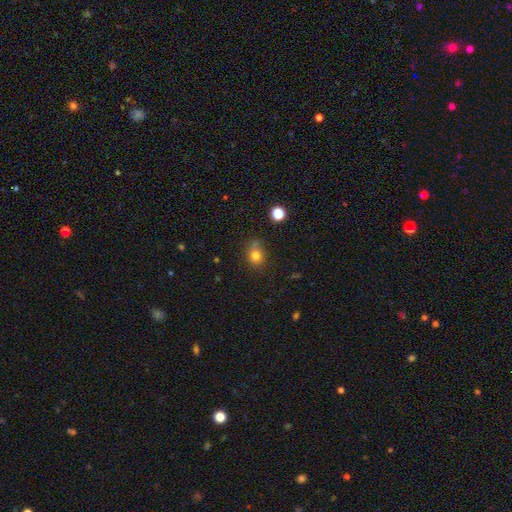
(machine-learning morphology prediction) Smooth or featured?
  - smooth: 78% *
  - star or artifact: 14%
  - featured or disk: 8%
How rounded?
  - round: 65% *
  - in between: 34%
  - cigar-shaped: 1%
Merging?
  - none: 64% *
  - minor disturbance: 23%
  - major disturbance: 7%
  - merger: 6%